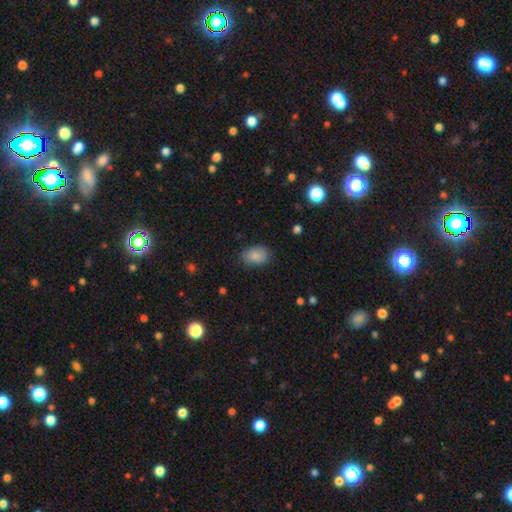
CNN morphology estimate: smooth_or_featured: smooth (p=0.86) [alt: star or artifact p=0.08]
how_rounded: in between (p=0.82) [alt: round p=0.17]
merging: none (p=0.81) [alt: minor disturbance p=0.14]